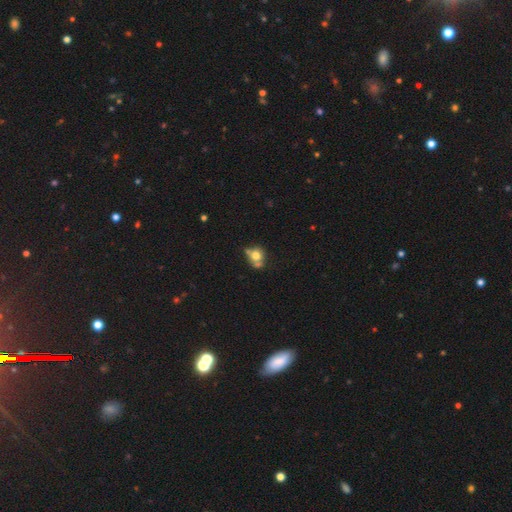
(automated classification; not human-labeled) Smooth or featured: smooth — 68% (featured or disk — 21%)
How rounded: round — 71% (in between — 27%)
Merging: none — 42% (merger — 31%)